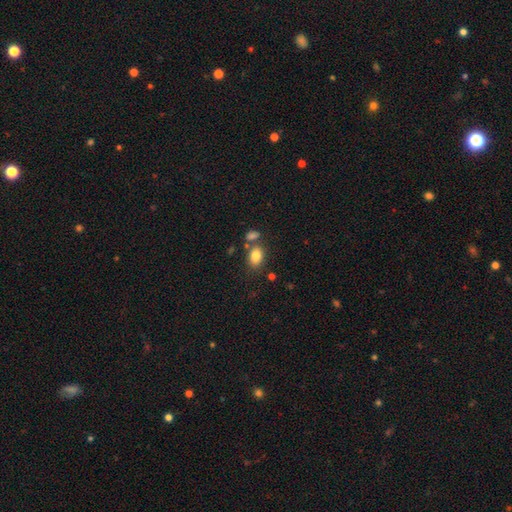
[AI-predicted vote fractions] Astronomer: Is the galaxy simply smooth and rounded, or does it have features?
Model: smooth — 83%.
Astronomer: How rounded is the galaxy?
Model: in between — 78%.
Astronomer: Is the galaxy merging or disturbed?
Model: none — 65%.